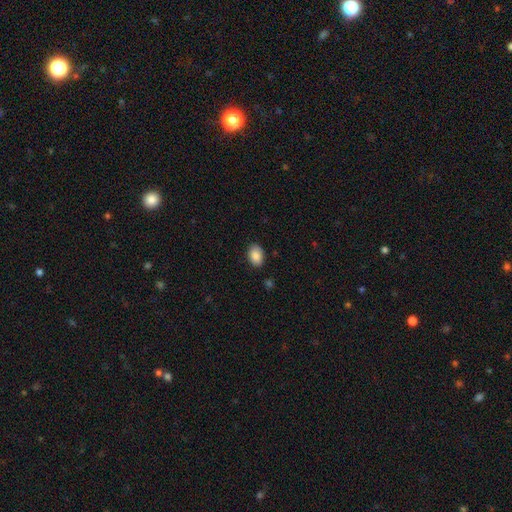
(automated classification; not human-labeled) Q: Smooth or featured?
A: smooth (88%); runner-up: star or artifact (7%)
Q: How rounded?
A: in between (87%); runner-up: round (12%)
Q: Merging?
A: none (86%); runner-up: minor disturbance (11%)